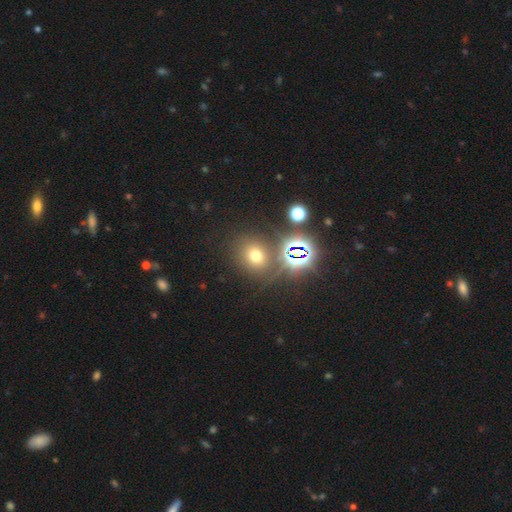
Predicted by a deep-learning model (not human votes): Smooth or featured? Predicted: smooth (p=0.61). How rounded? Predicted: round (p=0.66). Merging? Predicted: none (p=0.75).